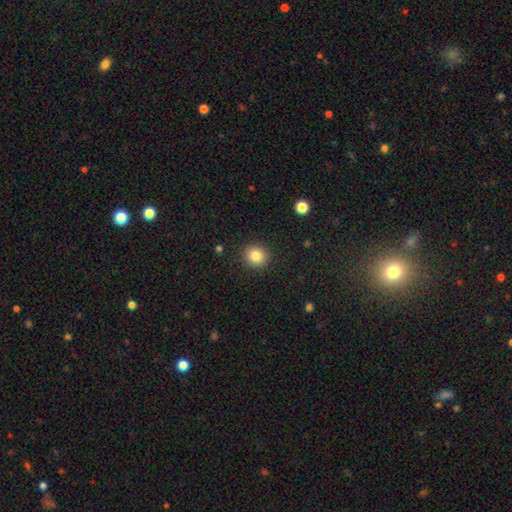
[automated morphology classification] Smooth or featured? smooth (84%)
How rounded? round (87%)
Merging? none (90%)